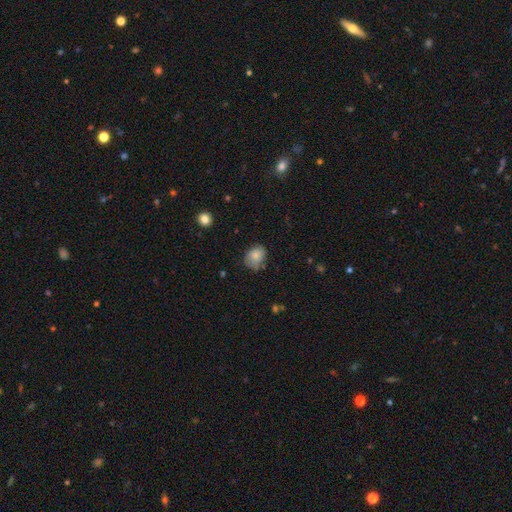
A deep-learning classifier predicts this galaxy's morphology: Q: Smooth or featured?
A: smooth (78%); runner-up: featured or disk (13%)
Q: How rounded?
A: in between (59%); runner-up: round (40%)
Q: Merging?
A: none (59%); runner-up: minor disturbance (30%)